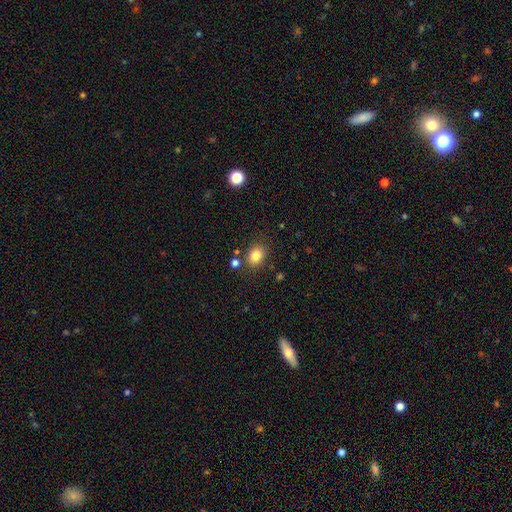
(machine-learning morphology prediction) Q: Smooth or featured?
A: smooth (83%); runner-up: star or artifact (11%)
Q: How rounded?
A: in between (56%); runner-up: round (43%)
Q: Merging?
A: none (80%); runner-up: minor disturbance (11%)